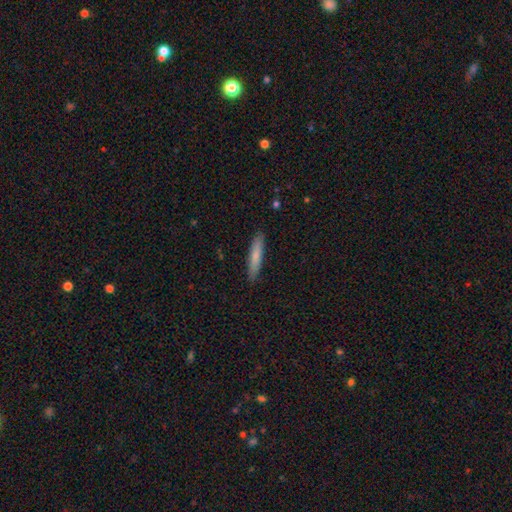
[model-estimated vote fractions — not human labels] Smooth or featured? smooth (76%)
How rounded? cigar-shaped (88%)
Merging? none (89%)